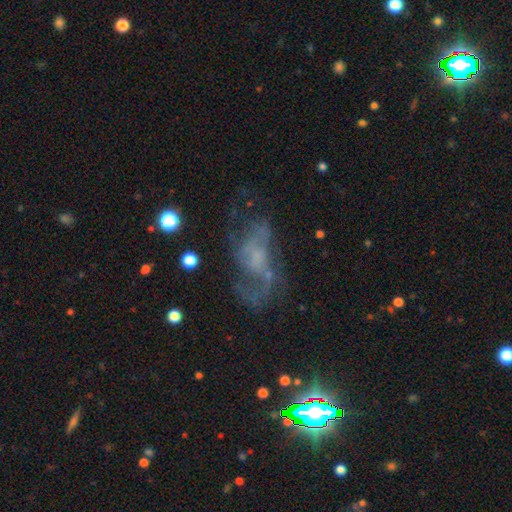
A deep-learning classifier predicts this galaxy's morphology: Overall: featured or disk (61%; smooth 23%). Edge-on disk: no (95%). Bar: no (73%). Spiral arms: yes (52%; no 48%). Bulge size: none (54%; small 21%). Merging: major disturbance (39%; none 38%).